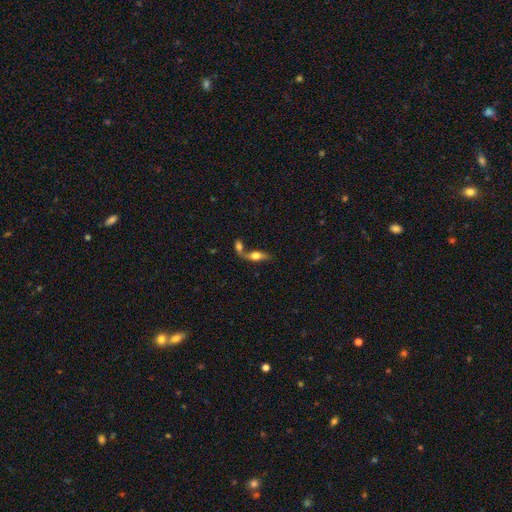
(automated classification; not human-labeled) Smooth or featured?
  - smooth: 51% *
  - featured or disk: 41%
  - star or artifact: 9%
How rounded?
  - in between: 64% *
  - cigar-shaped: 29%
  - round: 7%
Merging?
  - merger: 51% *
  - none: 34%
  - minor disturbance: 9%
  - major disturbance: 6%